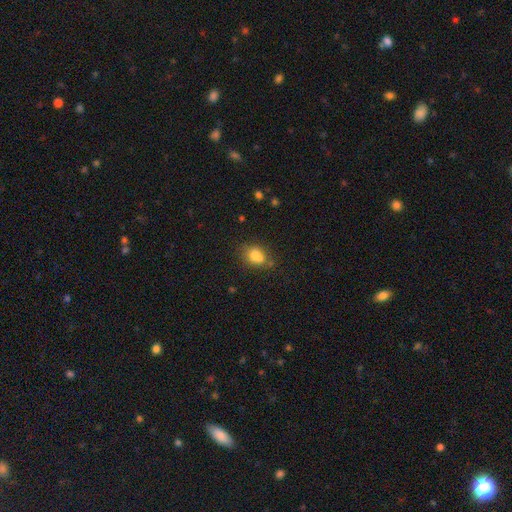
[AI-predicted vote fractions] Smooth or featured: smooth — 79% (star or artifact — 11%)
How rounded: in between — 65% (round — 34%)
Merging: none — 58% (minor disturbance — 24%)